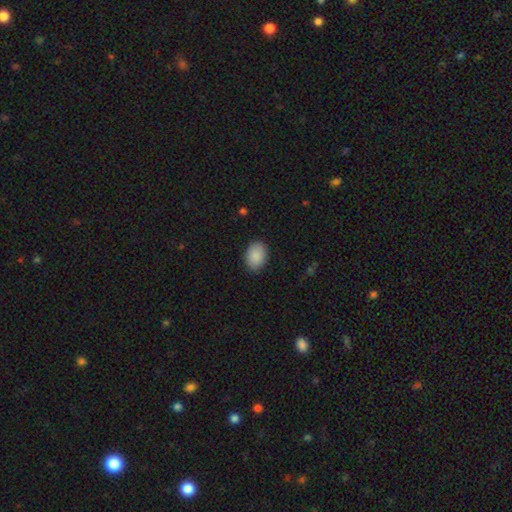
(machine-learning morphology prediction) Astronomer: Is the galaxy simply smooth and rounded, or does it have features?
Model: smooth — 90%.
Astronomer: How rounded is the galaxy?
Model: in between — 81%.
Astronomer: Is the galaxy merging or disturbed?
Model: none — 87%.